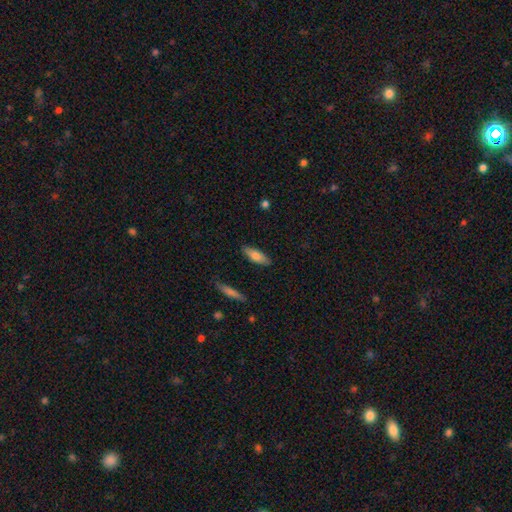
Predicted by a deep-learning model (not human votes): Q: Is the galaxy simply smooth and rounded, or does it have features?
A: smooth — 74%.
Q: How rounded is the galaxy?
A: in between — 59%.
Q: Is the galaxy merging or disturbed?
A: none — 86%.